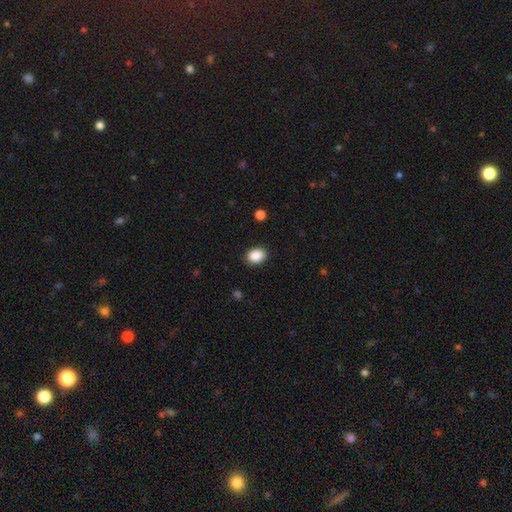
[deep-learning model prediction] Smooth or featured?
  - smooth: 89% *
  - star or artifact: 8%
  - featured or disk: 3%
How rounded?
  - in between: 62% *
  - round: 38%
  - cigar-shaped: 1%
Merging?
  - none: 89% *
  - minor disturbance: 8%
  - major disturbance: 2%
  - merger: 1%